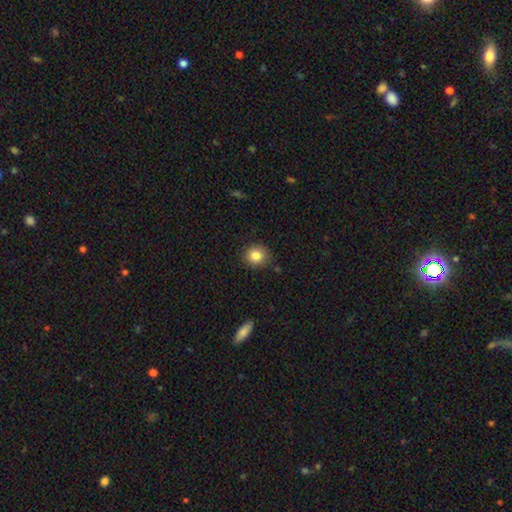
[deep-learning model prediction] Smooth or featured?
  - smooth: 83% *
  - star or artifact: 10%
  - featured or disk: 6%
How rounded?
  - round: 86% *
  - in between: 13%
  - cigar-shaped: 1%
Merging?
  - none: 87% *
  - minor disturbance: 9%
  - major disturbance: 2%
  - merger: 1%